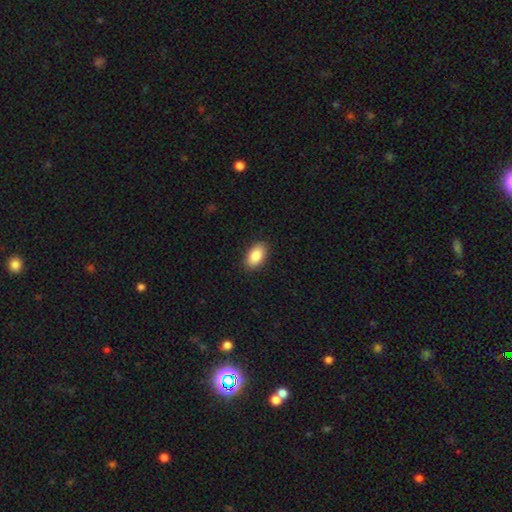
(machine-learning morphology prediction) Smooth or featured?
  - smooth: 87% *
  - star or artifact: 7%
  - featured or disk: 6%
How rounded?
  - in between: 93% *
  - round: 5%
  - cigar-shaped: 2%
Merging?
  - none: 89% *
  - minor disturbance: 8%
  - major disturbance: 2%
  - merger: 1%